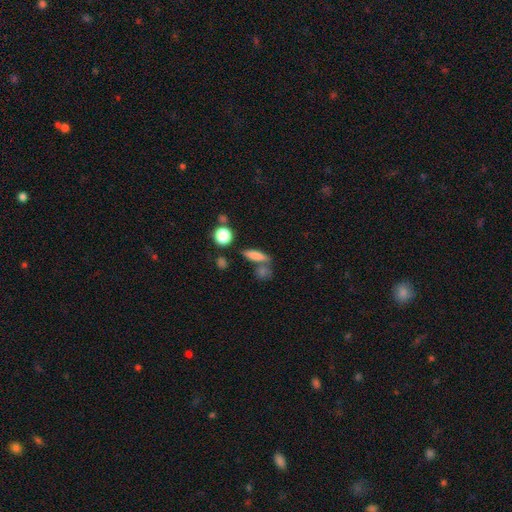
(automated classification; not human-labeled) smooth-or-featured: smooth: 77% | featured or disk: 12% | star or artifact: 10%
  how-rounded: cigar-shaped: 53% | in between: 39% | round: 9%
  merging: none: 60% | merger: 21% | minor disturbance: 13% | major disturbance: 6%